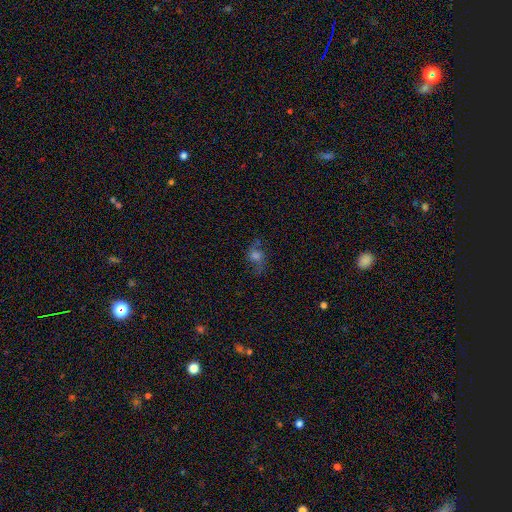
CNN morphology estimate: This appears to be a featured or disk galaxy (41%). Merging: none (63%).